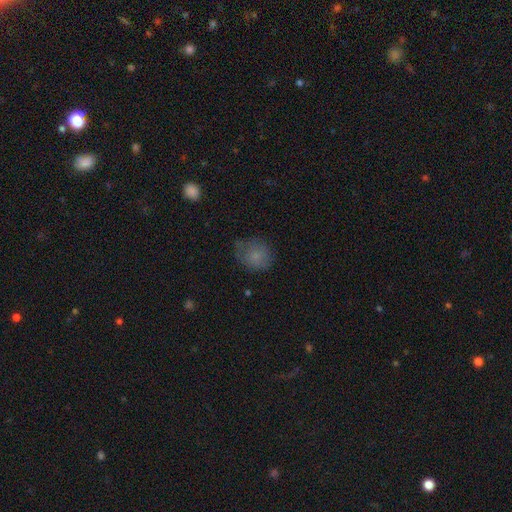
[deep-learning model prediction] Smooth or featured? Predicted: smooth (p=0.77). How rounded? Predicted: round (p=0.71). Merging? Predicted: none (p=0.57).